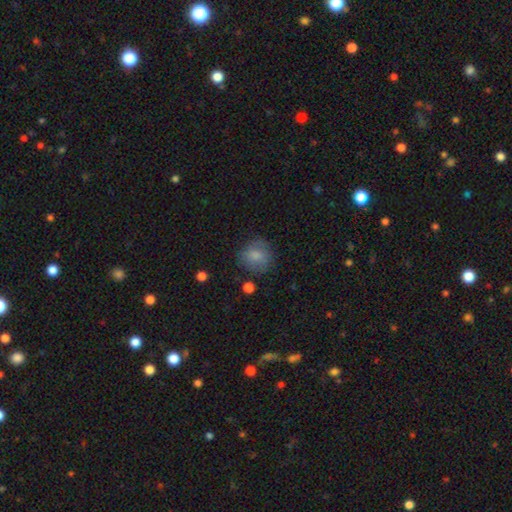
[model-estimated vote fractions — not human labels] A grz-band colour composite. It shows a smooth galaxy with no disk features (79%) that is round (82%). Merging: none (73%).